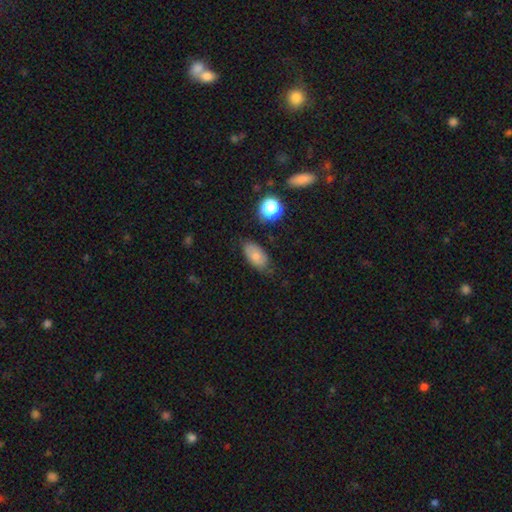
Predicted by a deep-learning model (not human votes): Smooth or featured?
  - smooth: 74% *
  - featured or disk: 16%
  - star or artifact: 10%
How rounded?
  - in between: 91% *
  - round: 6%
  - cigar-shaped: 3%
Merging?
  - none: 71% *
  - minor disturbance: 21%
  - major disturbance: 5%
  - merger: 2%